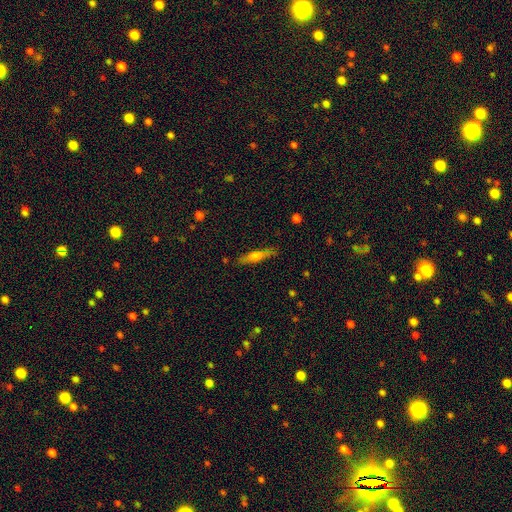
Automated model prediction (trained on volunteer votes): Smooth or featured? Predicted: smooth (p=0.47). Merging? Predicted: none (p=0.83).